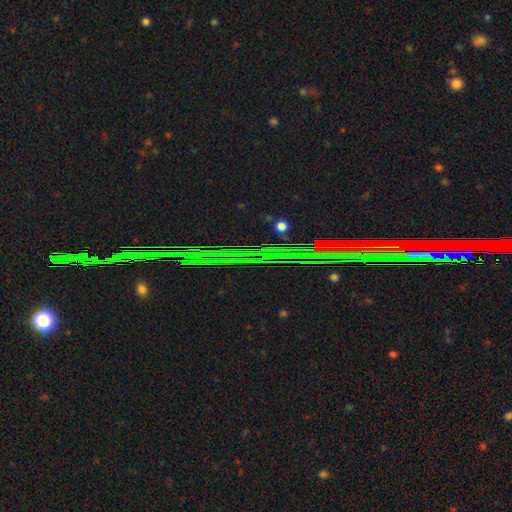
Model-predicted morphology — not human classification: Overall: star or artifact (85%).